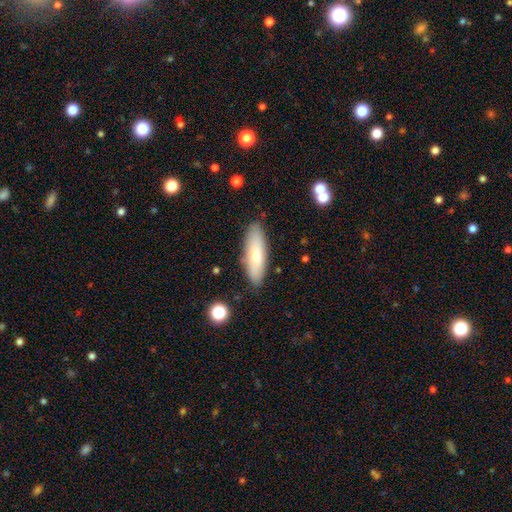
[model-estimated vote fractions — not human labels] Smooth or featured? smooth (67%)
How rounded? in between (49%, tied with cigar-shaped)
Merging? none (85%)